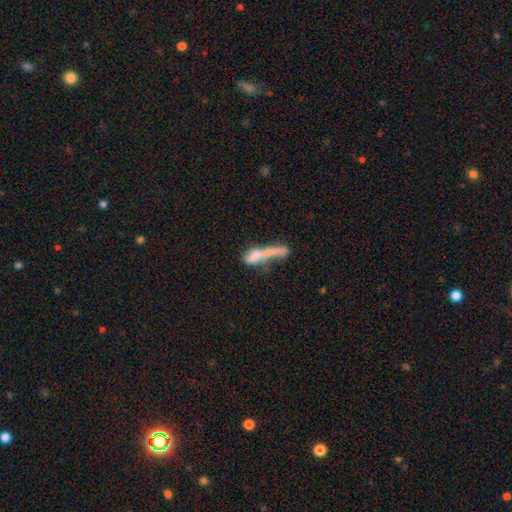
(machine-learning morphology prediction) A smooth galaxy with no disk features (55%) that is cigar-shaped (70%).

Vote fractions:
- Smooth or featured? smooth: 55% / featured or disk: 34% / star or artifact: 11%
- How rounded? cigar-shaped: 70% / in between: 26% / round: 4%
- Merging? merger: 41% / major disturbance: 26% / none: 20% / minor disturbance: 14%